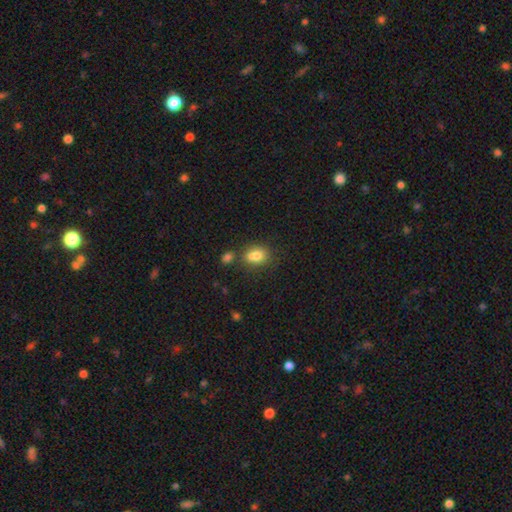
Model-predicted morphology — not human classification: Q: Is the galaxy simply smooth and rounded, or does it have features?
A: smooth — 80%.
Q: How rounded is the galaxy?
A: in between — 65%.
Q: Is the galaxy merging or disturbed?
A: none — 49%.